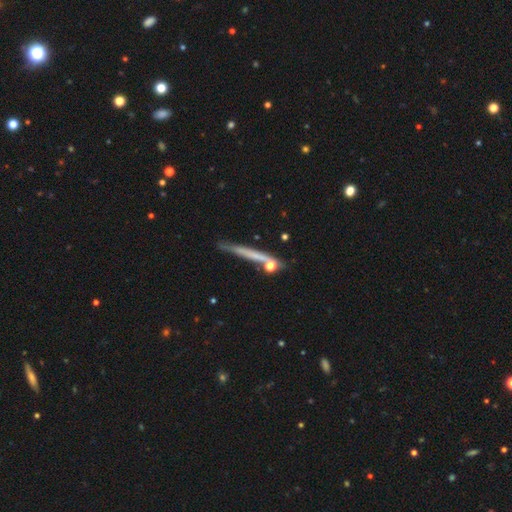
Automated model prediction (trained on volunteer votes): smooth_or_featured: smooth (p=0.46) [alt: featured or disk p=0.45]
merging: none (p=0.72) [alt: minor disturbance p=0.15]